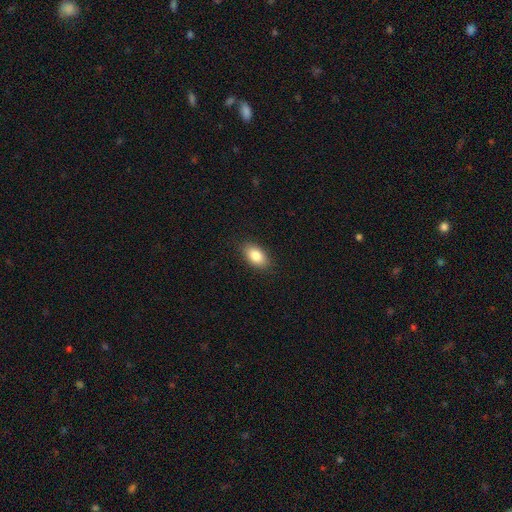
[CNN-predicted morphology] This appears to be a smooth galaxy with no disk features (85%) that is in between round and cigar-shaped (91%). Merging: none (87%).